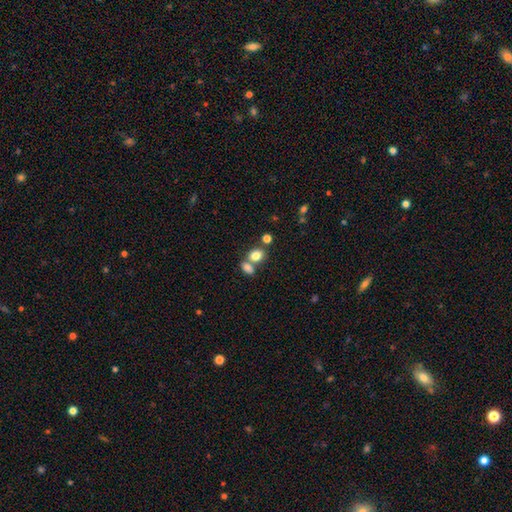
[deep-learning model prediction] A smooth galaxy with no disk features (80%) that is in between round and cigar-shaped (50%). Merging: none (46%).